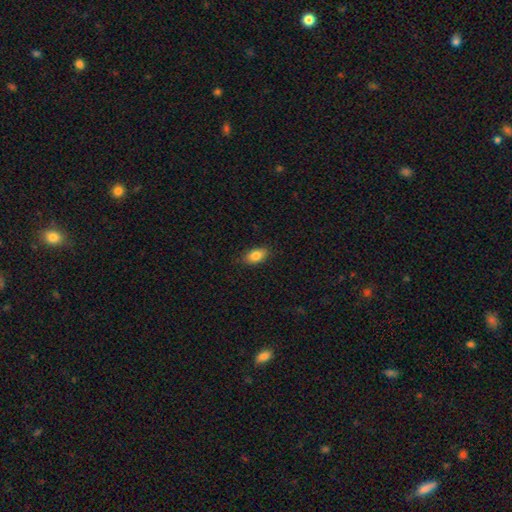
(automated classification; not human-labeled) smooth-or-featured: smooth: 84% | featured or disk: 8% | star or artifact: 8%
  how-rounded: in between: 89% | round: 7% | cigar-shaped: 4%
  merging: none: 83% | minor disturbance: 14% | major disturbance: 3% | merger: 1%